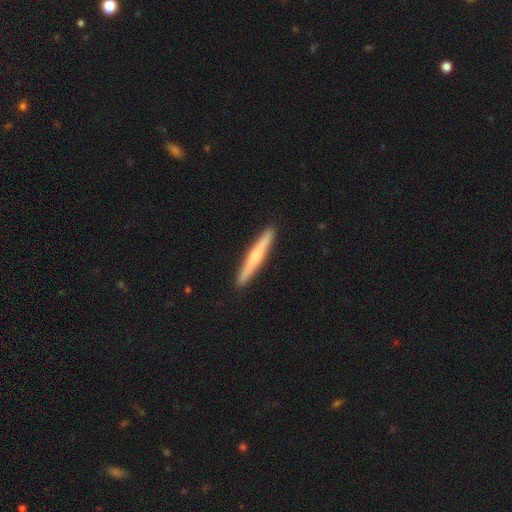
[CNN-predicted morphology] smooth_or_featured: featured or disk (p=0.50) [alt: smooth p=0.45]
merging: none (p=0.92) [alt: minor disturbance p=0.05]